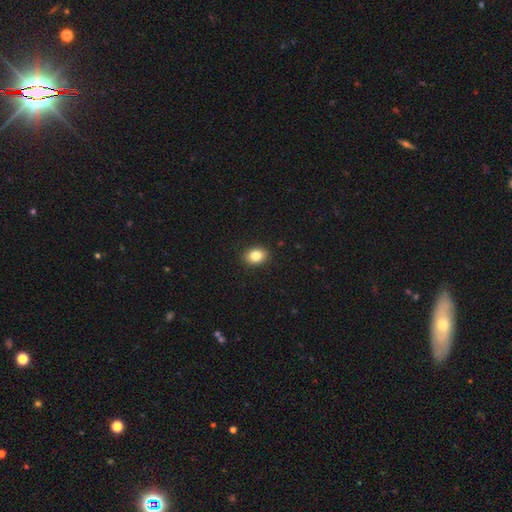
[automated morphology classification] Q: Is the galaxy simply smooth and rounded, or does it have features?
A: smooth — 83%.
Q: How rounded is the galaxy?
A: in between — 68%.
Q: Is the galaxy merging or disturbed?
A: none — 91%.